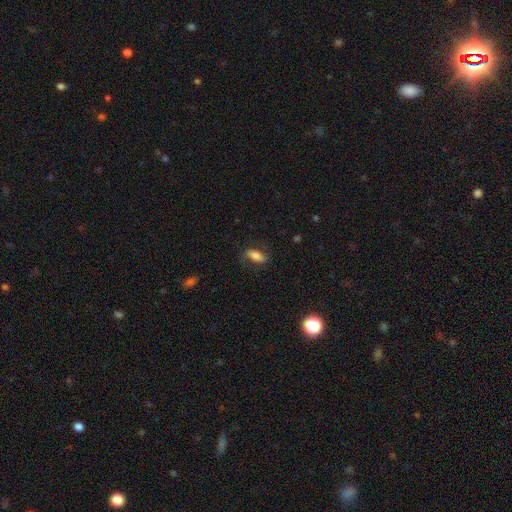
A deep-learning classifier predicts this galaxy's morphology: smooth_or_featured: smooth (p=0.54) [alt: featured or disk p=0.37]
how_rounded: in between (p=0.77) [alt: cigar-shaped p=0.18]
merging: none (p=0.70) [alt: minor disturbance p=0.19]